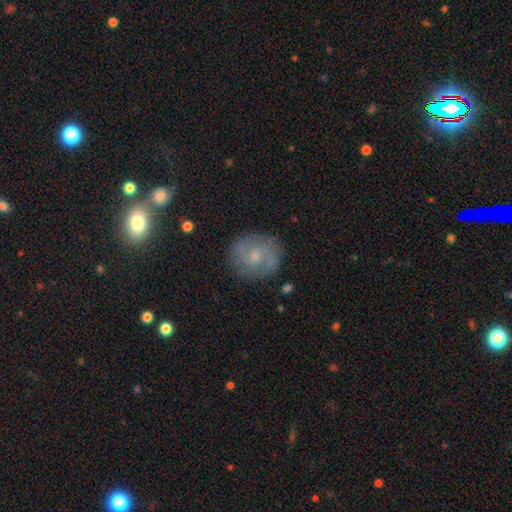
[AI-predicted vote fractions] Q: Smooth or featured?
A: featured or disk (60%); runner-up: smooth (30%)
Q: Edge-on disk?
A: no (97%); runner-up: yes (3%)
Q: Bar?
A: no (59%); runner-up: weak (36%)
Q: Spiral arms?
A: yes (87%); runner-up: no (13%)
Q: Spiral winding?
A: tight (42%); tied with: medium (42%)
Q: Spiral arm count?
A: 2 (67%); runner-up: can't tell (19%)
Q: Bulge size?
A: small (61%); runner-up: moderate (32%)
Q: Merging?
A: none (83%); runner-up: minor disturbance (12%)